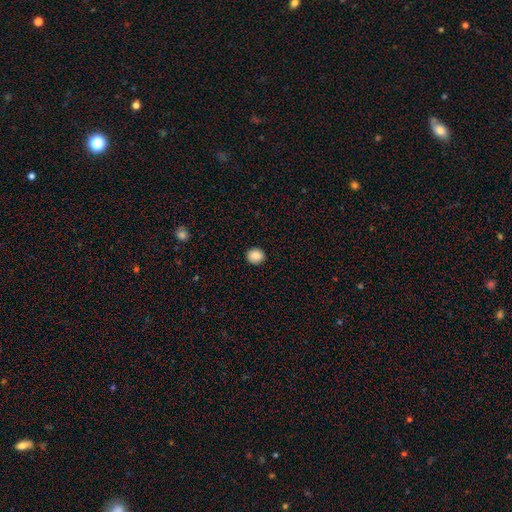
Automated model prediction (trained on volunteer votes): The model was most divided on "how rounded": round: 80%, in between: 19%, cigar-shaped: 1%. More confident: merging — none (91%); smooth or featured — smooth (84%).